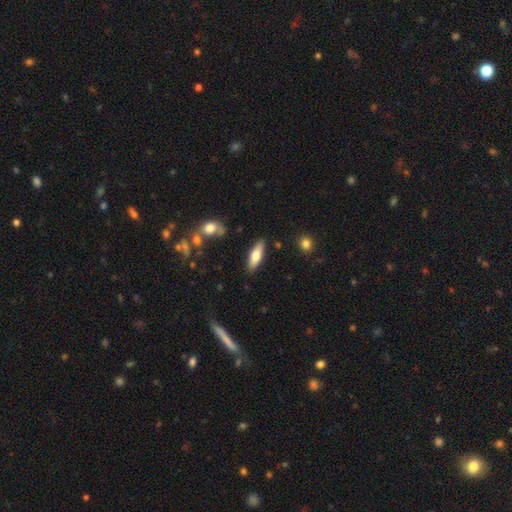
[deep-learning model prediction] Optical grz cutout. It shows a smooth galaxy with no disk features (66%) that is in between round and cigar-shaped (54%). Merging: none (85%).